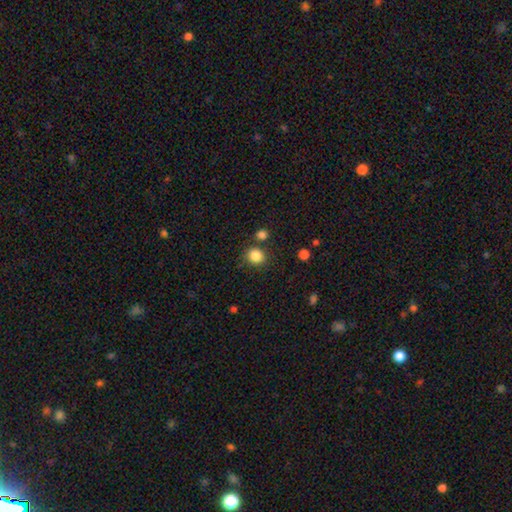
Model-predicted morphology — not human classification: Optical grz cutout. It shows a smooth galaxy with no disk features (85%) that is round (84%). Merging: none (80%).